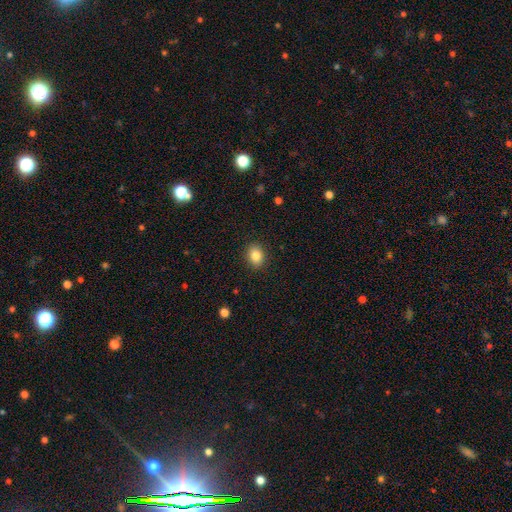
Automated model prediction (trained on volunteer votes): Smooth or featured: smooth — 84% (star or artifact — 9%)
How rounded: in between — 62% (round — 37%)
Merging: none — 90% (minor disturbance — 7%)